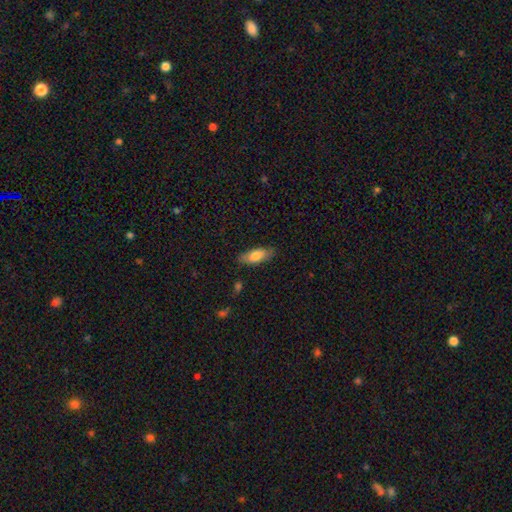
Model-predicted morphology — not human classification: This is likely a smooth galaxy (77%). How rounded: likely in between (77%). Merging: clearly none (82%).